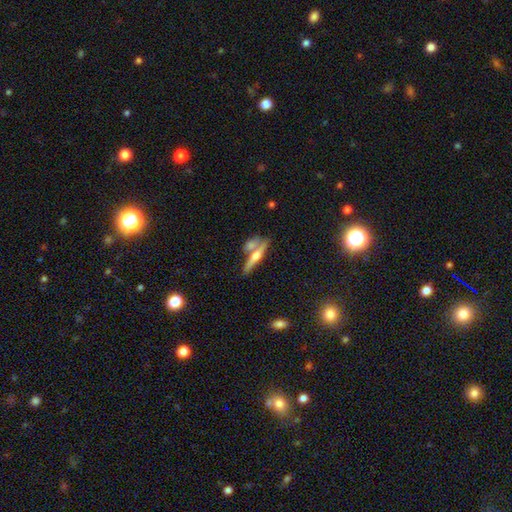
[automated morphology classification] Smooth or featured: featured or disk — 54% (smooth — 38%)
Edge-on disk: yes — 92% (no — 8%)
Merging: none — 54% (merger — 31%)